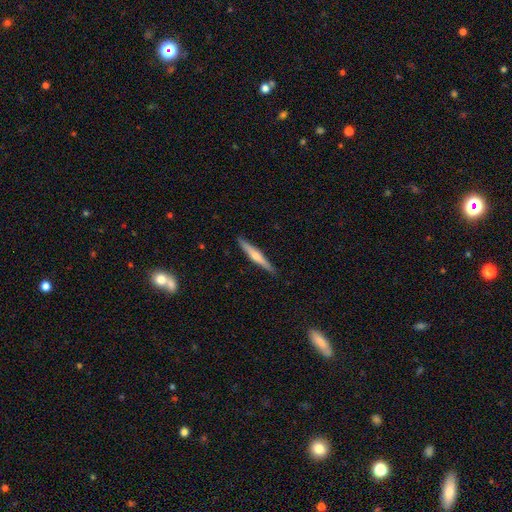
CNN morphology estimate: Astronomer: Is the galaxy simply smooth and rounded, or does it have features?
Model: featured or disk — 51% (runner-up: smooth, 44%).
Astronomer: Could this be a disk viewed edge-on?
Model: yes — 97%.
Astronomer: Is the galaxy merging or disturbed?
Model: none — 90%.